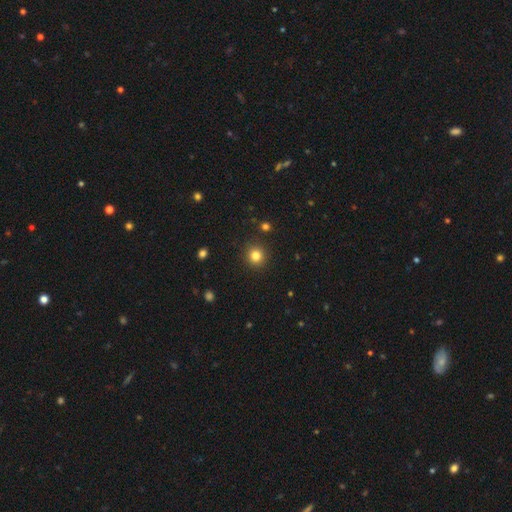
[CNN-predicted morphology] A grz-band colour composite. It shows a smooth galaxy with no disk features (81%) that is round (92%). Merging: none (91%).